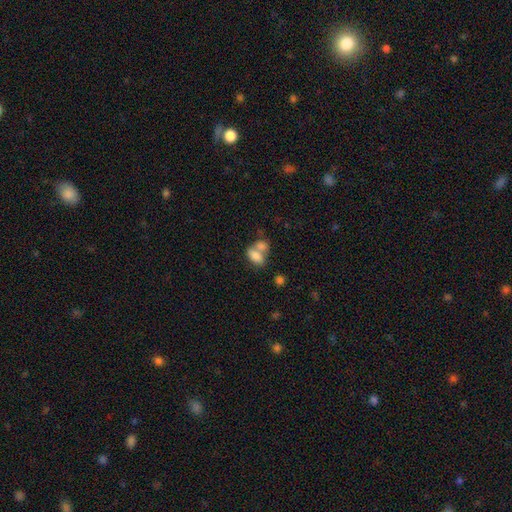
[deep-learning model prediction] This appears to be a smooth galaxy with no disk features (79%) that is in between round and cigar-shaped (88%). Merging: merger (58%).